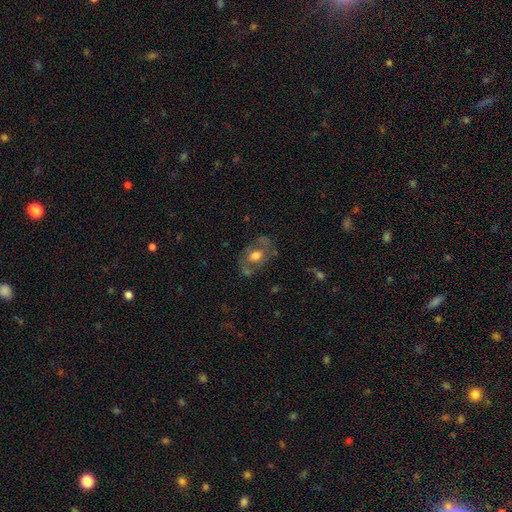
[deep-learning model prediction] This appears to be a featured or disk galaxy (49%). Merging: none (57%).